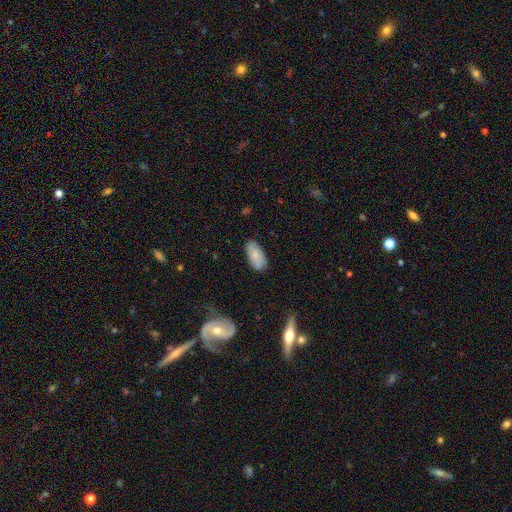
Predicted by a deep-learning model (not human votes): smooth-or-featured: smooth: 78% | featured or disk: 15% | star or artifact: 7%
  how-rounded: in between: 91% | cigar-shaped: 7% | round: 2%
  merging: none: 78% | minor disturbance: 17% | major disturbance: 3% | merger: 2%